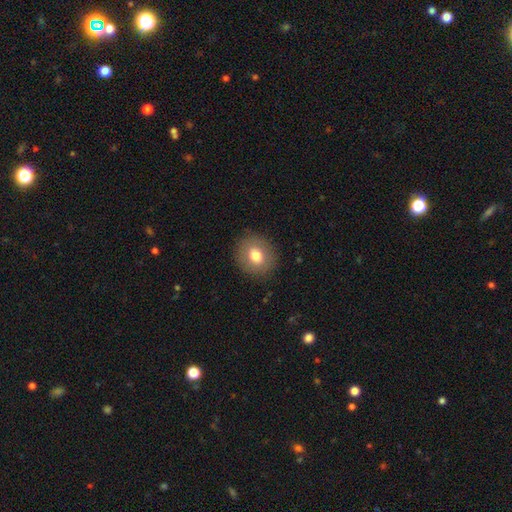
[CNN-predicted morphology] Q: Smooth or featured?
A: smooth (75%); runner-up: featured or disk (15%)
Q: How rounded?
A: round (73%); runner-up: in between (26%)
Q: Merging?
A: none (89%); runner-up: minor disturbance (8%)